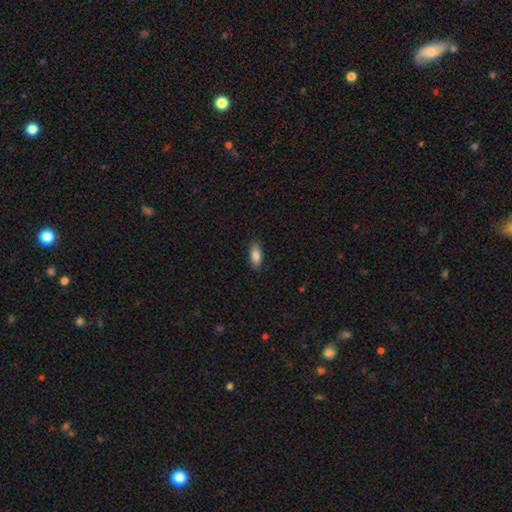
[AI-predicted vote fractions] The model was most divided on "how rounded": in between: 86%, cigar-shaped: 12%, round: 2%. More confident: merging — none (87%); smooth or featured — smooth (87%).